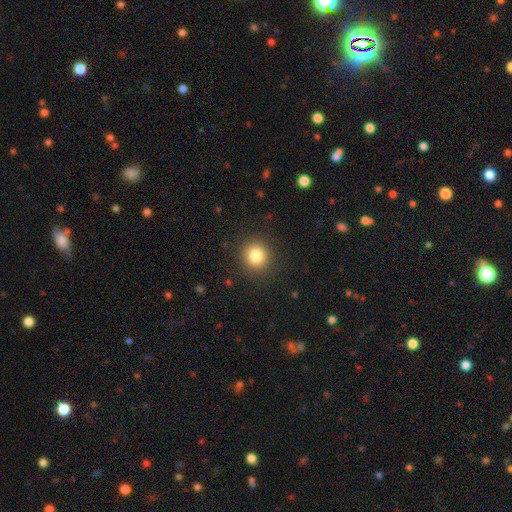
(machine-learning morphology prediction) type=smooth (83%); roundness=round (90%); merging=none (90%).